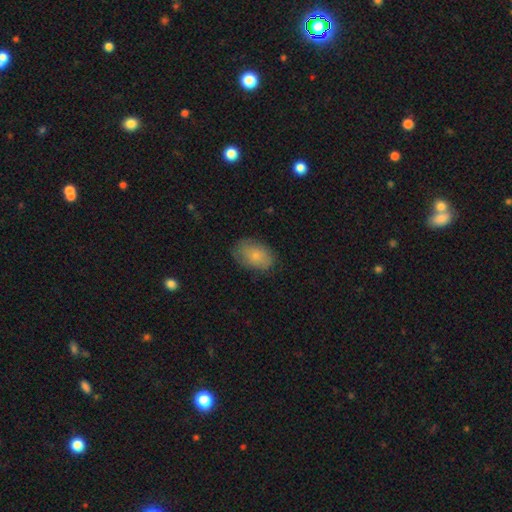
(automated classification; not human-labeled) Q: Smooth or featured?
A: smooth (78%); runner-up: featured or disk (15%)
Q: How rounded?
A: in between (86%); runner-up: round (13%)
Q: Merging?
A: none (76%); runner-up: minor disturbance (18%)